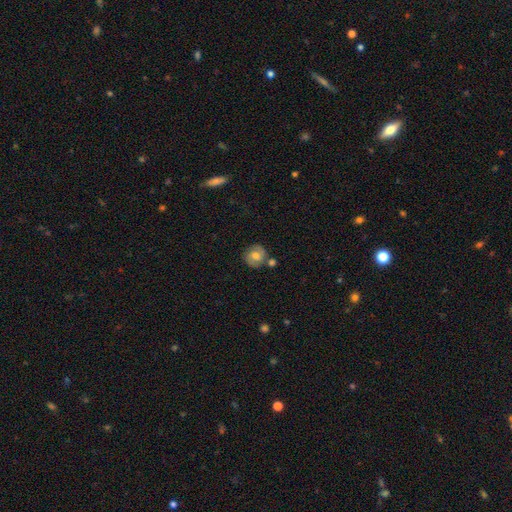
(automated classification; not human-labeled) A smooth galaxy with no disk features (47%).

Vote fractions:
- Smooth or featured? smooth: 47% / featured or disk: 44% / star or artifact: 9%
- Merging? none: 74% / minor disturbance: 12% / merger: 11% / major disturbance: 3%